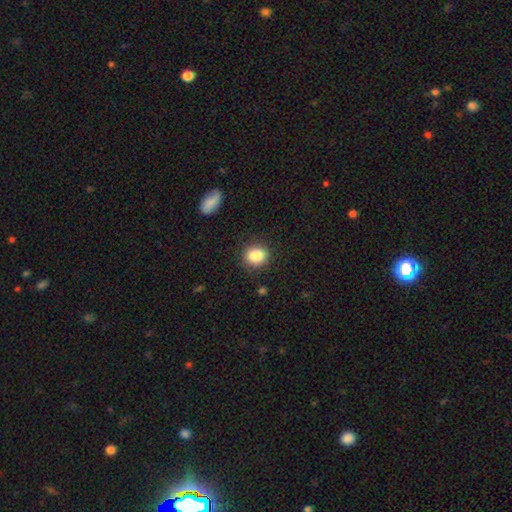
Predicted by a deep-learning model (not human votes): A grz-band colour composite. It shows a smooth galaxy with no disk features (88%) that is round (72%). Merging: none (86%).